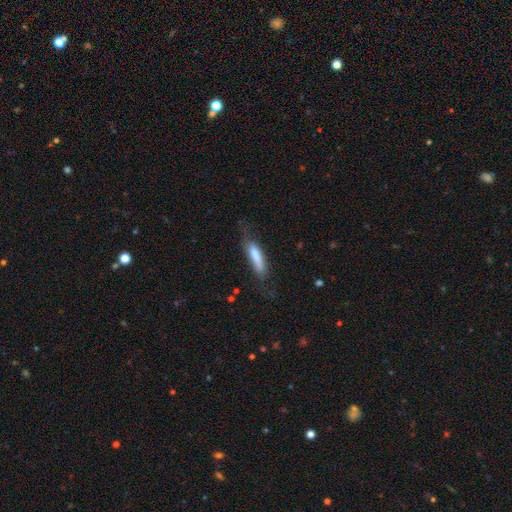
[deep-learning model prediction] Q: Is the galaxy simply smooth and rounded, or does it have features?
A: smooth — 71%.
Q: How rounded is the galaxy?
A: cigar-shaped — 77%.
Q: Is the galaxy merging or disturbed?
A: none — 49%.